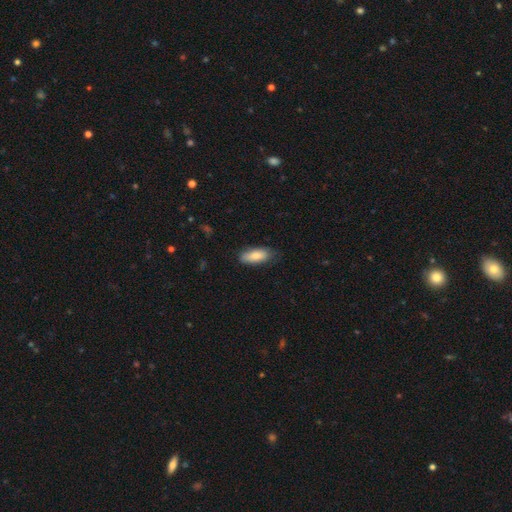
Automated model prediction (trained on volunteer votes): smooth-or-featured: smooth: 82% | featured or disk: 12% | star or artifact: 6%
  how-rounded: in between: 81% | cigar-shaped: 17% | round: 2%
  merging: none: 73% | minor disturbance: 22% | major disturbance: 4% | merger: 1%